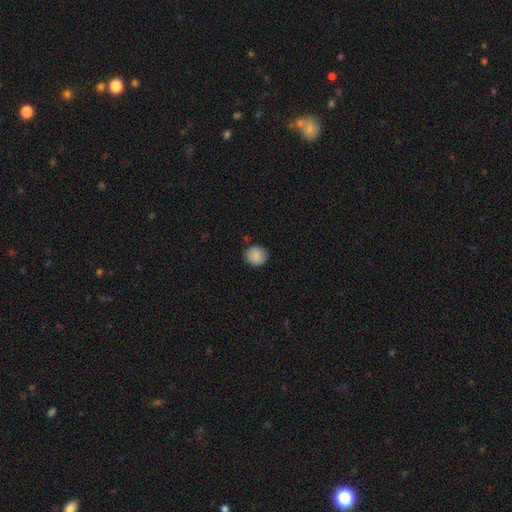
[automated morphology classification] A smooth galaxy with no disk features (88%) that is round (83%).

Vote fractions:
- Smooth or featured? smooth: 88% / star or artifact: 8% / featured or disk: 4%
- How rounded? round: 83% / in between: 16% / cigar-shaped: 1%
- Merging? none: 86% / minor disturbance: 10% / major disturbance: 2% / merger: 1%